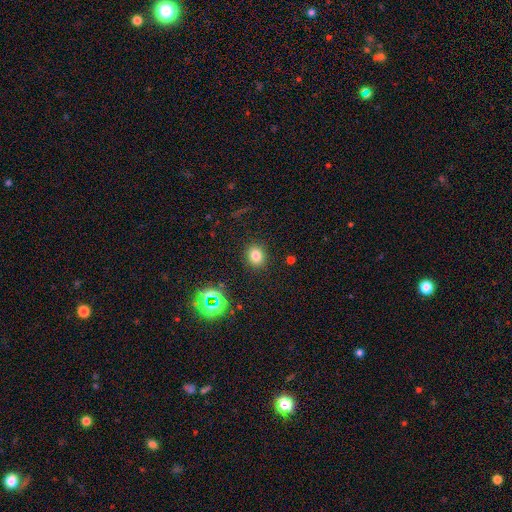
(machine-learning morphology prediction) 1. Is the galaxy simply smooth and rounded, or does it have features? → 77% smooth, 16% star or artifact, 7% featured or disk.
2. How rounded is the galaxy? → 66% round, 34% in between, 1% cigar-shaped.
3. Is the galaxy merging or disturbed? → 89% none, 7% minor disturbance, 3% major disturbance, 1% merger.